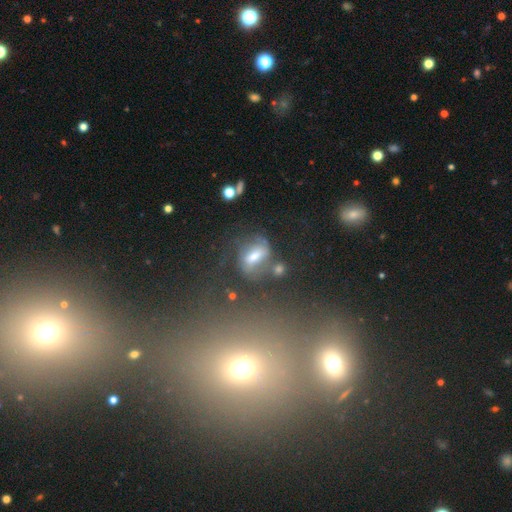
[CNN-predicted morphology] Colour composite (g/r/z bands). It shows a featured or disk galaxy (50%). Merging: none (66%).